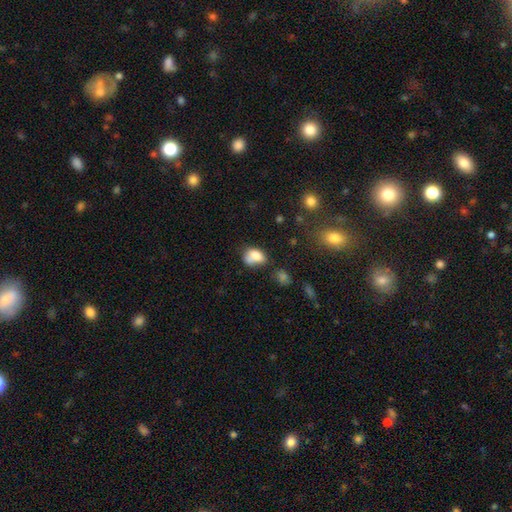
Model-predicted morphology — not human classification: This is likely a smooth galaxy (73%). How rounded: likely in between (73%). Merging: marginally merger (40%).